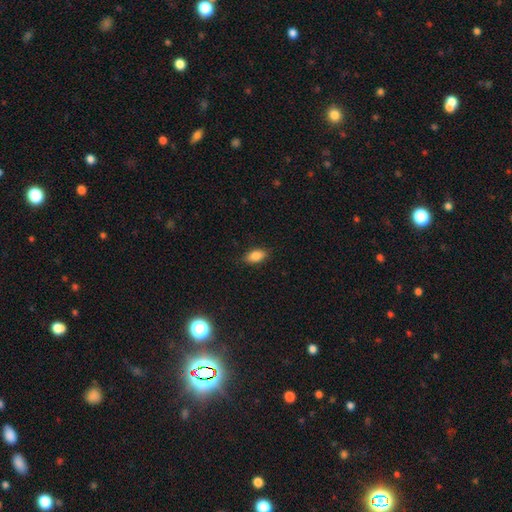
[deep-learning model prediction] Smooth or featured: smooth — 85% (star or artifact — 8%)
How rounded: in between — 90% (cigar-shaped — 5%)
Merging: none — 87% (minor disturbance — 10%)